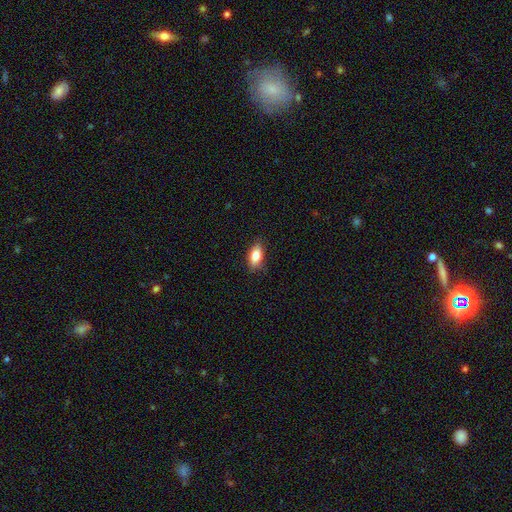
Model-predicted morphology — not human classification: Q: Smooth or featured?
A: smooth (81%); runner-up: featured or disk (11%)
Q: How rounded?
A: in between (85%); runner-up: cigar-shaped (11%)
Q: Merging?
A: none (81%); runner-up: minor disturbance (15%)